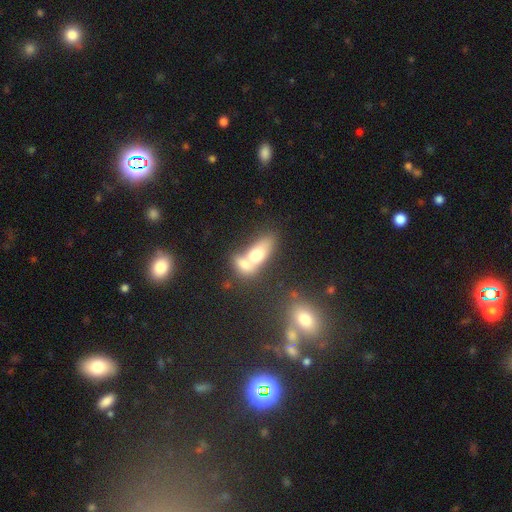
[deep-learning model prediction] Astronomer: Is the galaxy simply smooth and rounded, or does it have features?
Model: smooth — 63%.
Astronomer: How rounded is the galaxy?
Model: in between — 76%.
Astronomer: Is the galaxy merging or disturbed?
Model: merger — 63%.